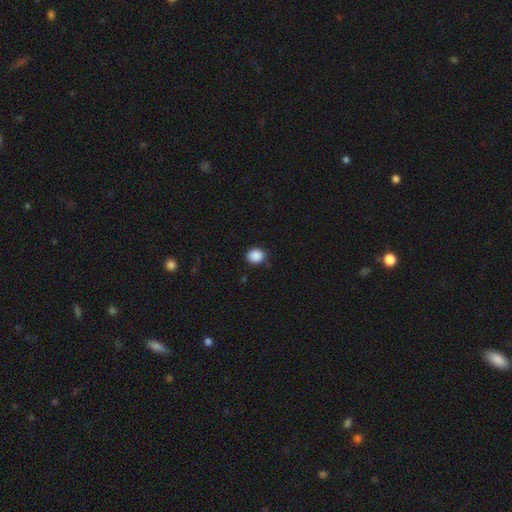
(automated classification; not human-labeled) Smooth or featured?
  - smooth: 89% *
  - star or artifact: 9%
  - featured or disk: 2%
How rounded?
  - round: 71% *
  - in between: 28%
  - cigar-shaped: 1%
Merging?
  - none: 85% *
  - minor disturbance: 11%
  - major disturbance: 2%
  - merger: 1%